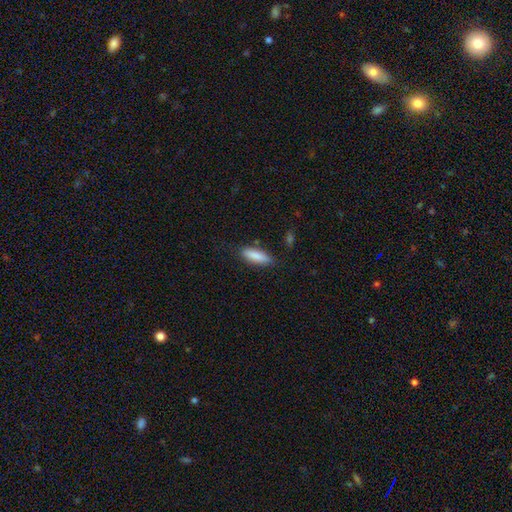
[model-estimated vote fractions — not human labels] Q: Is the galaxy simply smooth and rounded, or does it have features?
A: smooth — 85%.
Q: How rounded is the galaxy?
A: cigar-shaped — 50%.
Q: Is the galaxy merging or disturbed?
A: none — 82%.